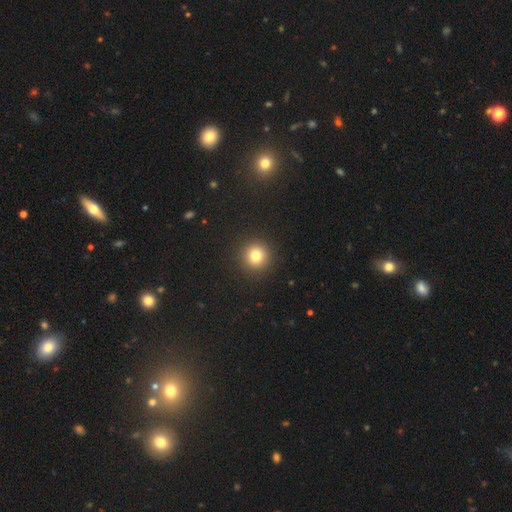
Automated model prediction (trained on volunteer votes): A smooth galaxy with no disk features (79%) that is round (95%).

Vote fractions:
- Smooth or featured? smooth: 79% / star or artifact: 13% / featured or disk: 7%
- How rounded? round: 95% / in between: 4% / cigar-shaped: 1%
- Merging? none: 92% / minor disturbance: 5% / major disturbance: 2% / merger: 1%